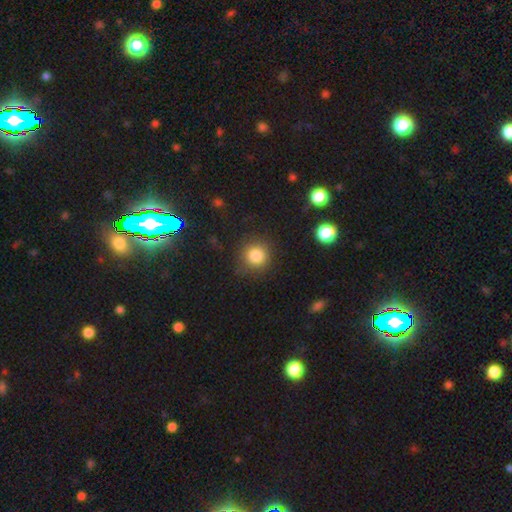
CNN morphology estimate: type=smooth (83%); roundness=round (91%); merging=none (83%).